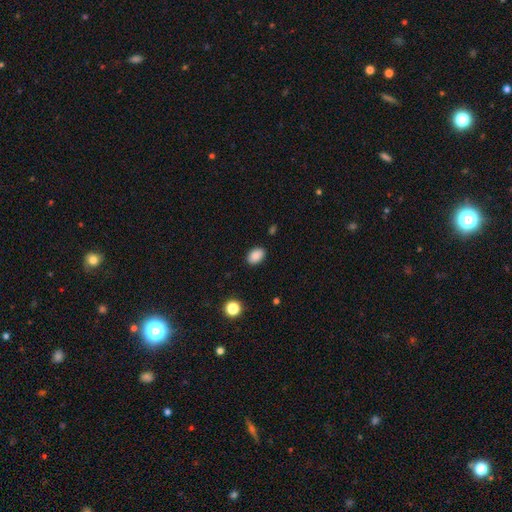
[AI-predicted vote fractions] A smooth galaxy with no disk features (88%) that is in between round and cigar-shaped (82%). Merging: none (88%).